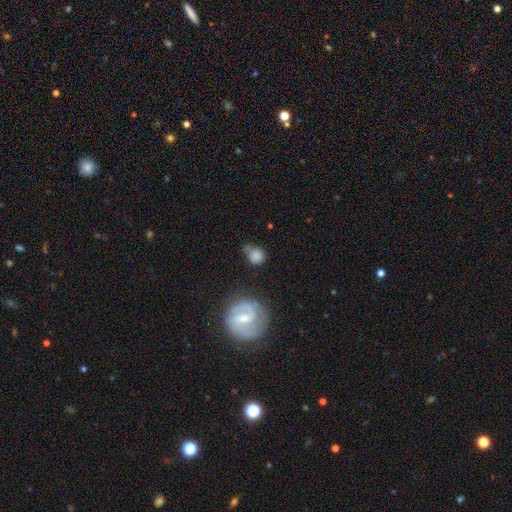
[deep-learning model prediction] A smooth galaxy with no disk features (72%) that is round (72%).

Vote fractions:
- Smooth or featured? smooth: 72% / featured or disk: 18% / star or artifact: 10%
- How rounded? round: 72% / in between: 27% / cigar-shaped: 2%
- Merging? none: 52% / minor disturbance: 27% / major disturbance: 12% / merger: 9%